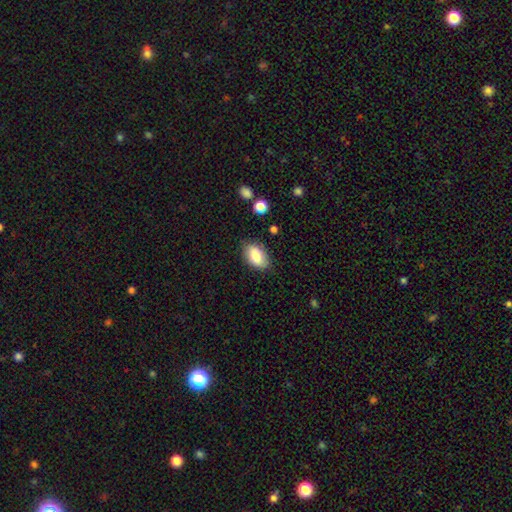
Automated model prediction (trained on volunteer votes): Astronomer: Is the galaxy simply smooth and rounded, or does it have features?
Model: smooth — 83%.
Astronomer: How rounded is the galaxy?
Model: in between — 92%.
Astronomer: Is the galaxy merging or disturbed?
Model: none — 79%.